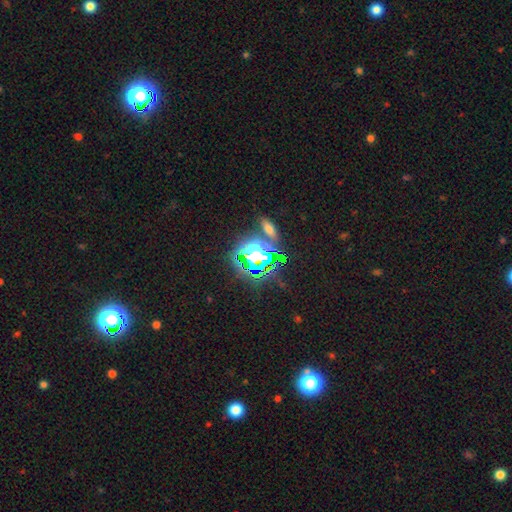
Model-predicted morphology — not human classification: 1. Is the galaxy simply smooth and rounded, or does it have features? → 65% star or artifact, 23% smooth, 12% featured or disk.